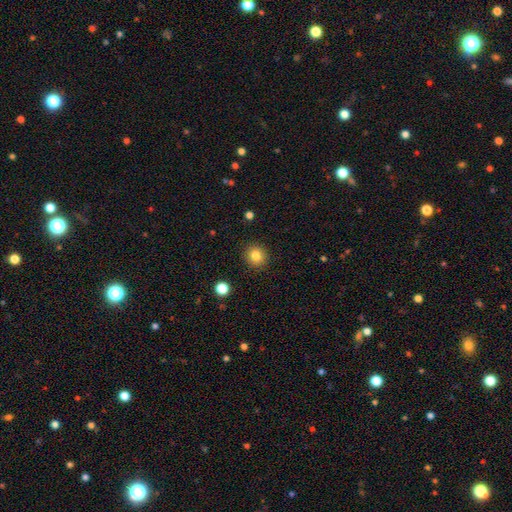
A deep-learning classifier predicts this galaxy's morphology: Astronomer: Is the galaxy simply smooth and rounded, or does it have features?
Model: smooth — 82%.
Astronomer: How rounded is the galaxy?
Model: round — 88%.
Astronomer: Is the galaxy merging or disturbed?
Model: none — 91%.